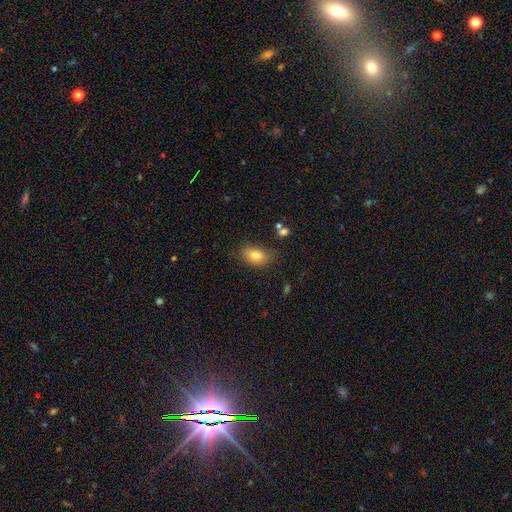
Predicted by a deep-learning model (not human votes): A smooth galaxy with no disk features (78%) that is in between round and cigar-shaped (85%). Merging: none (76%).